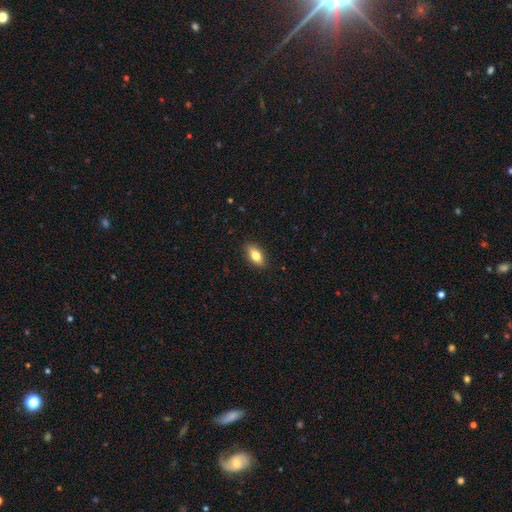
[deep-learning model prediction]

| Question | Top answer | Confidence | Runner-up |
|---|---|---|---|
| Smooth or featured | smooth | 77% | featured or disk (16%) |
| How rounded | in between | 84% | cigar-shaped (12%) |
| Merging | none | 88% | minor disturbance (9%) |